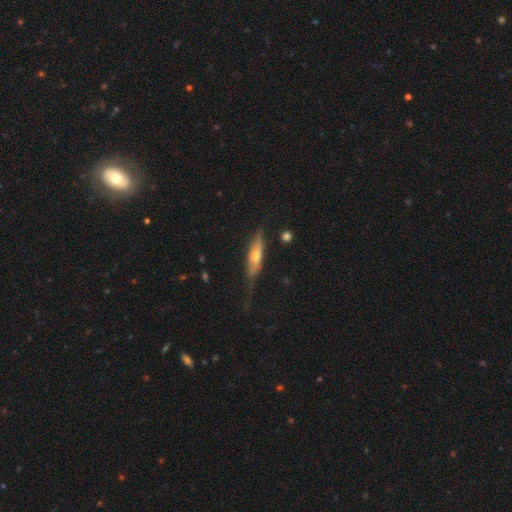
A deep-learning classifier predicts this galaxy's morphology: smooth-or-featured: featured or disk: 48% | smooth: 46% | star or artifact: 6%
  merging: none: 49% | minor disturbance: 32% | major disturbance: 17% | merger: 3%